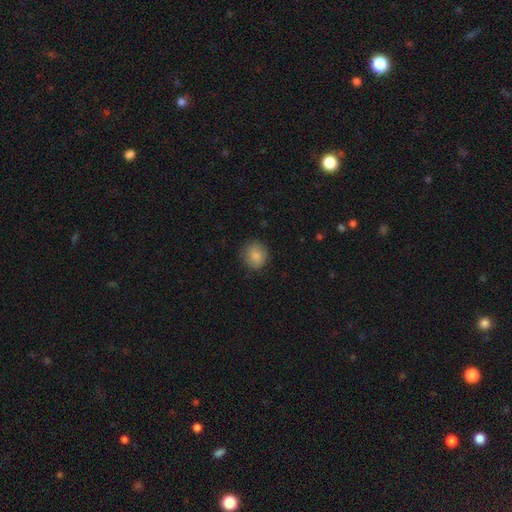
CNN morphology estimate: smooth 86%, star or artifact 8%, featured or disk 5%. Down the decision tree: how rounded — round (88%); merging — none (86%).